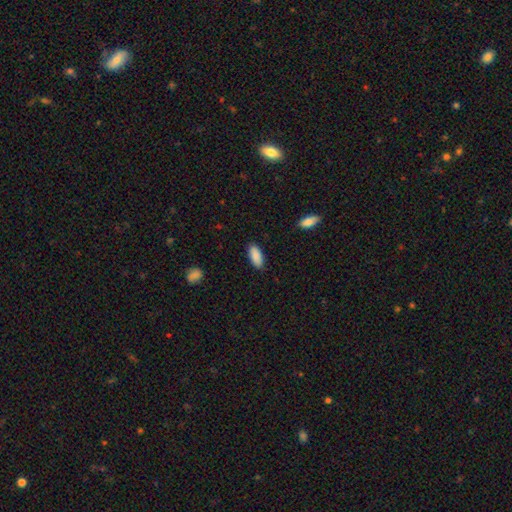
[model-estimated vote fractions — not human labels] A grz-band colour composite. It shows a smooth galaxy with no disk features (90%) that is in between round and cigar-shaped (85%). Merging: none (87%).